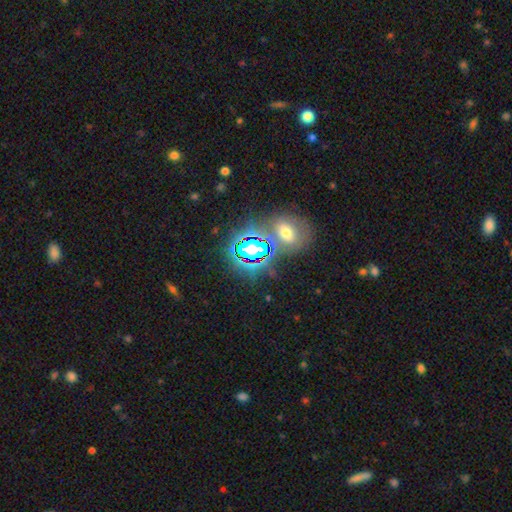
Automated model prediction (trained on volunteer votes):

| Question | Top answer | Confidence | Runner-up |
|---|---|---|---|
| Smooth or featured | star or artifact | 68% | smooth (21%) |